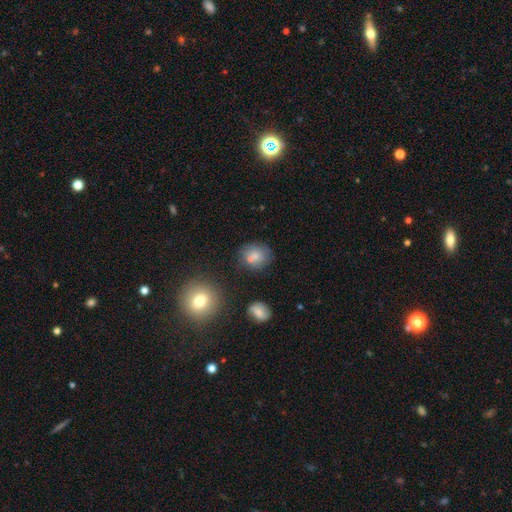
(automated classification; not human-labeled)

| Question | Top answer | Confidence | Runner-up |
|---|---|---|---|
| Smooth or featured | smooth | 74% | featured or disk (14%) |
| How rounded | round | 69% | in between (29%) |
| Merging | none | 63% | merger (17%) |